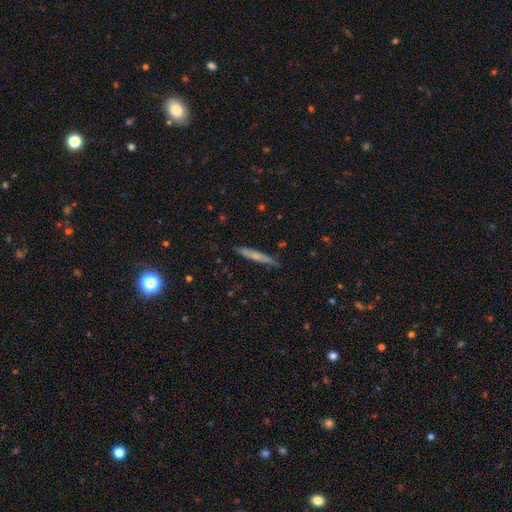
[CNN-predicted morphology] Smooth or featured?
  - smooth: 56% *
  - featured or disk: 37%
  - star or artifact: 7%
How rounded?
  - cigar-shaped: 94% *
  - in between: 4%
  - round: 2%
Merging?
  - none: 85% *
  - minor disturbance: 12%
  - major disturbance: 2%
  - merger: 1%